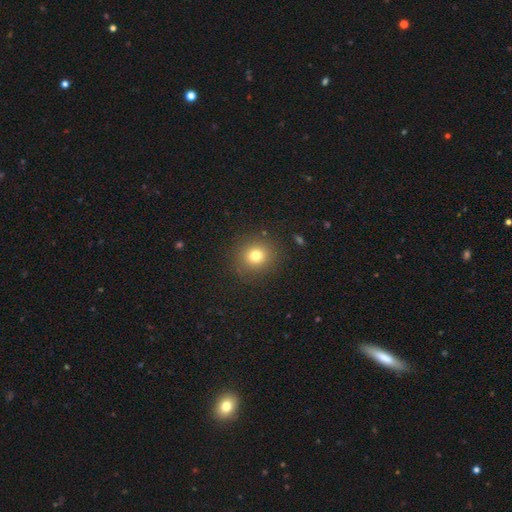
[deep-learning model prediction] Smooth or featured? Predicted: smooth (p=0.77). How rounded? Predicted: round (p=0.88). Merging? Predicted: none (p=0.89).